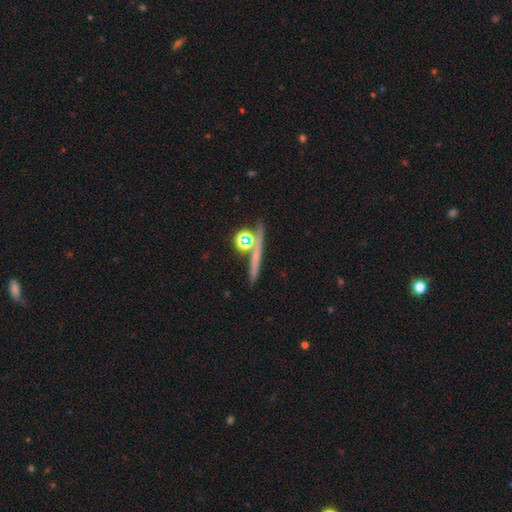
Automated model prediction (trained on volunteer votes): A smooth galaxy with no disk features (41%). Merging: none (65%).